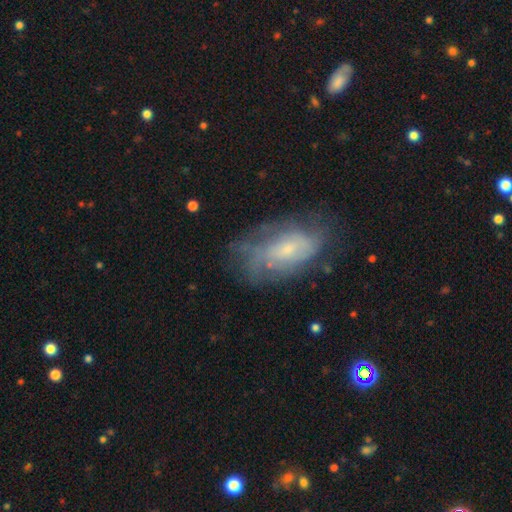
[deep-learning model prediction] Smooth or featured? Predicted: featured or disk (p=0.58). Edge-on disk? Predicted: no (p=0.93). Bar? Predicted: no (p=0.69). Spiral arms? Predicted: yes (p=0.67). Bulge size? Predicted: small (p=0.66). Merging? Predicted: none (p=0.59).